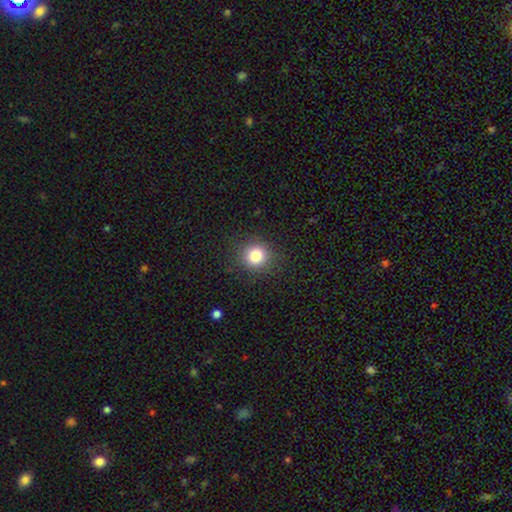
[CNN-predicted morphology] A smooth galaxy with no disk features (82%) that is round (90%). Merging: none (89%).